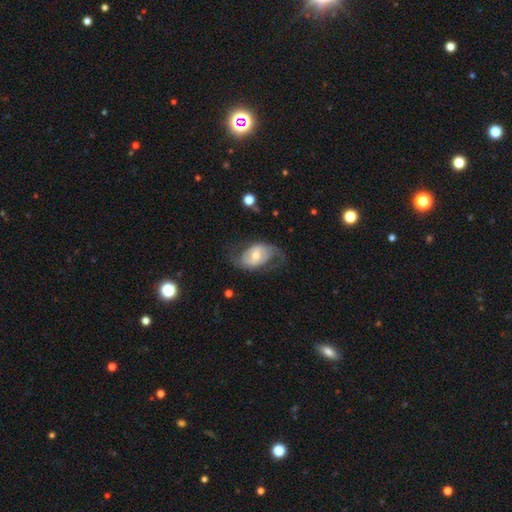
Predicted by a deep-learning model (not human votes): featured or disk 70%, smooth 24%, star or artifact 6%. Down the decision tree: edge-on disk — no (95%); bar — no (46%); spiral arms — yes (84%); spiral arm count — 2 (85%); spiral winding — loose (52%); bulge size — moderate (56%); merging — none (57%).